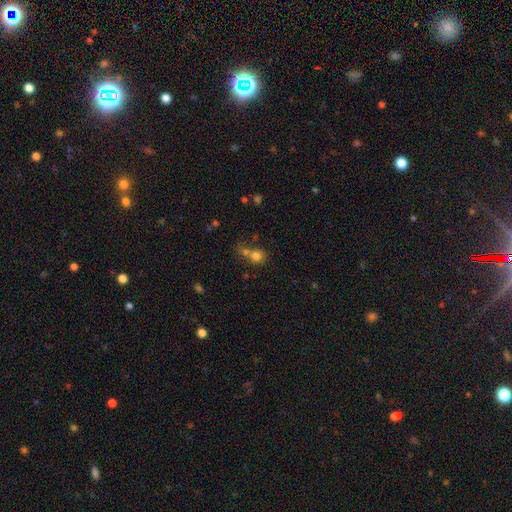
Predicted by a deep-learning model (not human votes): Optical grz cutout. It shows a smooth galaxy with no disk features (74%) that is round (83%). Merging: none (46%).